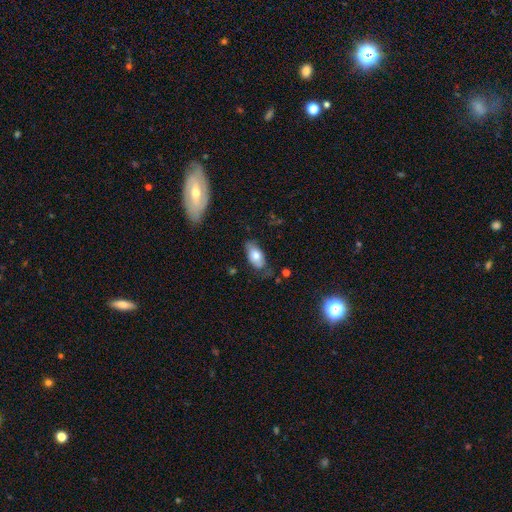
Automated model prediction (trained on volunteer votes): Smooth or featured?
  - smooth: 72% *
  - featured or disk: 21%
  - star or artifact: 7%
How rounded?
  - in between: 92% *
  - cigar-shaped: 4%
  - round: 3%
Merging?
  - none: 62% *
  - minor disturbance: 28%
  - major disturbance: 8%
  - merger: 2%